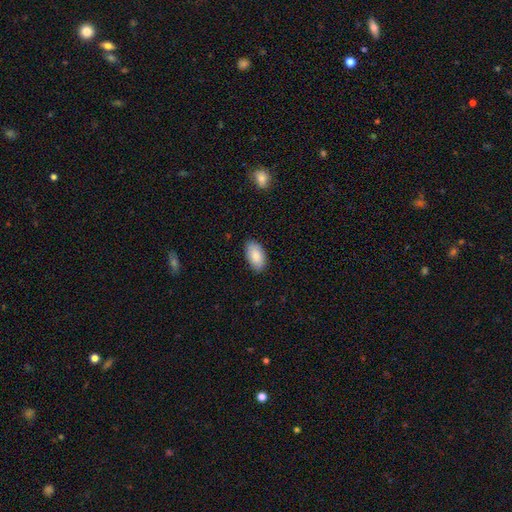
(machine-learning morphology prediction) A smooth galaxy with no disk features (87%) that is in between round and cigar-shaped (95%).

Vote fractions:
- Smooth or featured? smooth: 87% / featured or disk: 7% / star or artifact: 6%
- How rounded? in between: 95% / round: 3% / cigar-shaped: 3%
- Merging? none: 85% / minor disturbance: 12% / major disturbance: 2% / merger: 1%